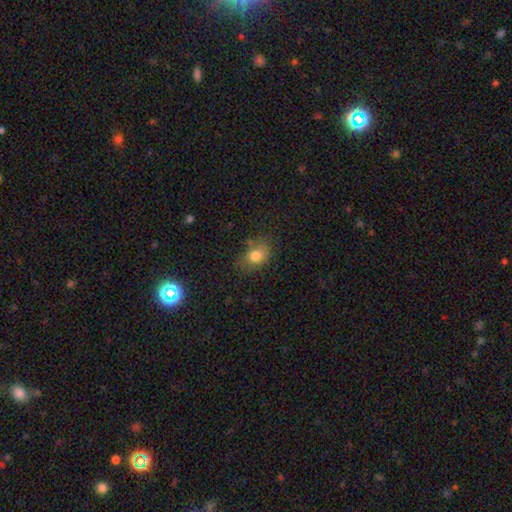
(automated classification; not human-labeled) Smooth or featured: smooth — 79% (star or artifact — 11%)
How rounded: in between — 64% (round — 35%)
Merging: none — 64% (minor disturbance — 24%)